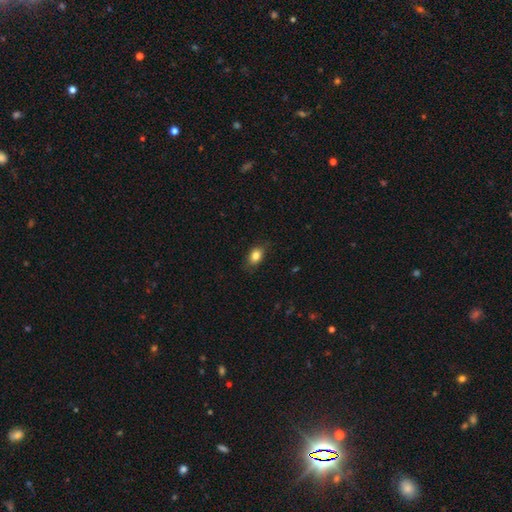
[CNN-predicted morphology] Smooth or featured? Predicted: smooth (p=0.83). How rounded? Predicted: in between (p=0.78). Merging? Predicted: none (p=0.80).